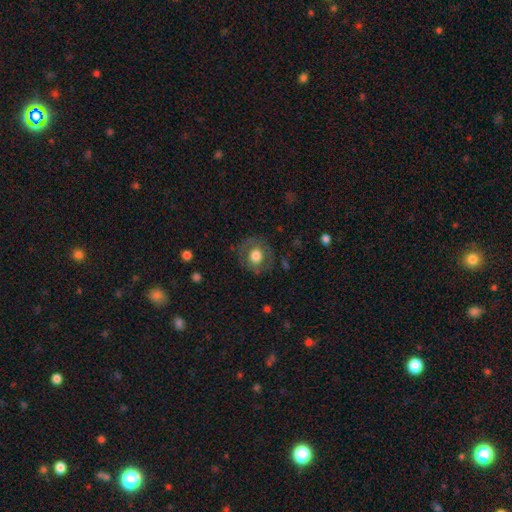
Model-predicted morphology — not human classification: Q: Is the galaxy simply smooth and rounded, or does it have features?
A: smooth — 65%.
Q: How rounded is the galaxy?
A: round — 79%.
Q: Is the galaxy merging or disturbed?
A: none — 78%.